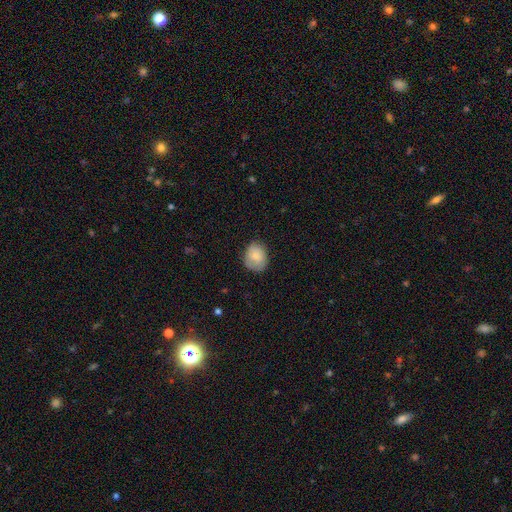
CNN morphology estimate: This appears to be a smooth galaxy with no disk features (78%) that is round (53%). Merging: none (72%).